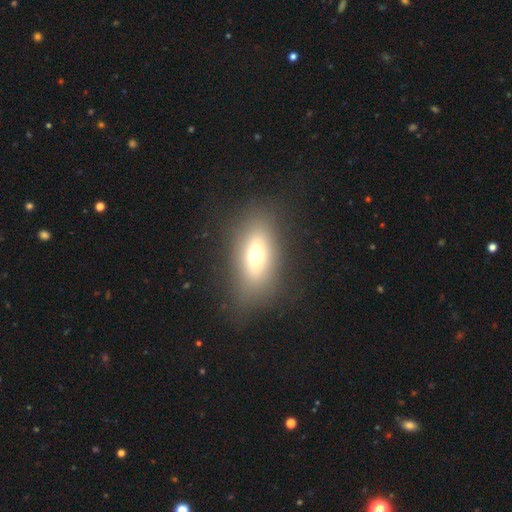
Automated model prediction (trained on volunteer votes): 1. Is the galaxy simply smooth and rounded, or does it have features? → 61% smooth, 27% featured or disk, 11% star or artifact.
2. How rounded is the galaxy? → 76% in between, 17% cigar-shaped, 7% round.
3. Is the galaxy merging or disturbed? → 79% none, 13% minor disturbance, 7% major disturbance, 1% merger.